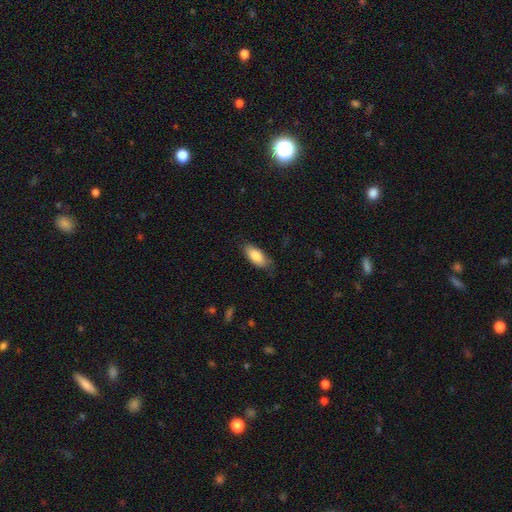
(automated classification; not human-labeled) The model was most divided on "merging": none: 77%, minor disturbance: 18%, major disturbance: 3%, merger: 1%. More confident: how rounded — in between (85%); smooth or featured — smooth (82%).